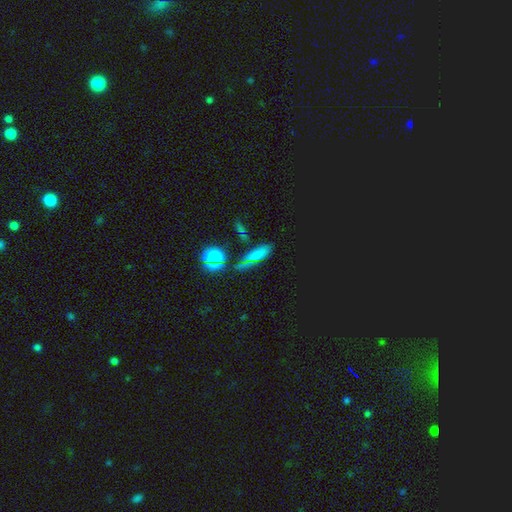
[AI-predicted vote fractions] smooth-or-featured: smooth: 54% | star or artifact: 37% | featured or disk: 9%
  how-rounded: in between: 51% | cigar-shaped: 40% | round: 9%
  merging: none: 75% | minor disturbance: 14% | merger: 6% | major disturbance: 5%